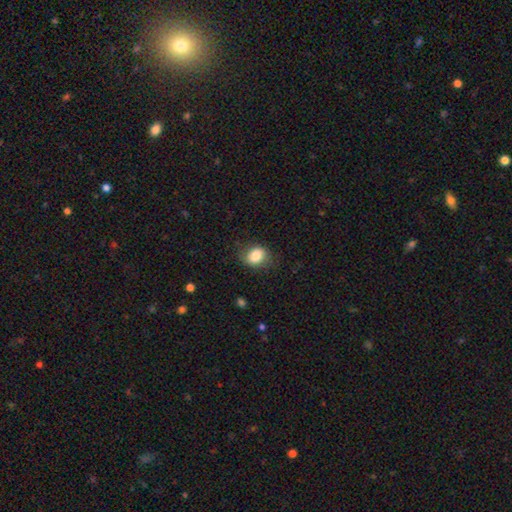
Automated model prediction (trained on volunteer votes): Smooth or featured? smooth (82%)
How rounded? in between (54%)
Merging? none (73%)